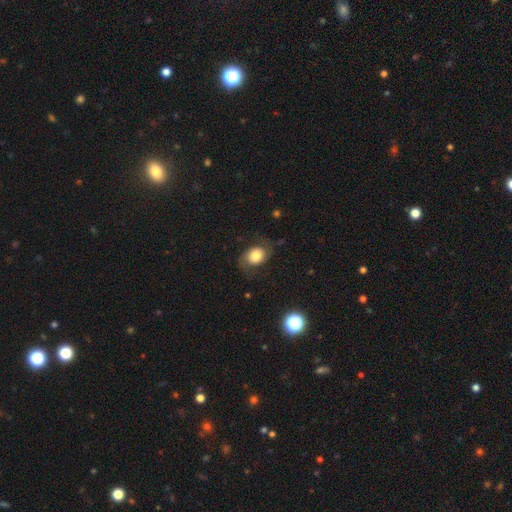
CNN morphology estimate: type=smooth (58%); roundness=in between (55%); merging=none (64%).